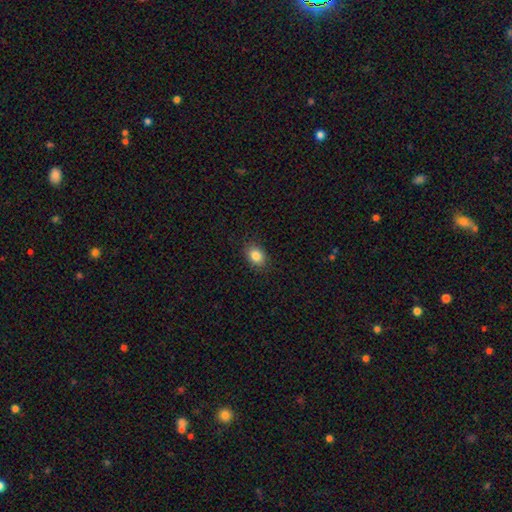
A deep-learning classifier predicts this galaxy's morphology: A smooth galaxy with no disk features (84%) that is in between round and cigar-shaped (63%). Merging: none (88%).